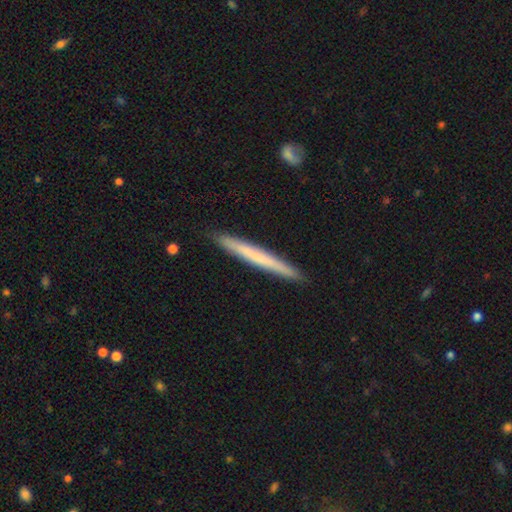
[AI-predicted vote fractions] Smooth or featured?
  - smooth: 58% *
  - featured or disk: 37%
  - star or artifact: 5%
How rounded?
  - cigar-shaped: 97% *
  - in between: 2%
  - round: 1%
Merging?
  - none: 92% *
  - minor disturbance: 6%
  - major disturbance: 1%
  - merger: 1%